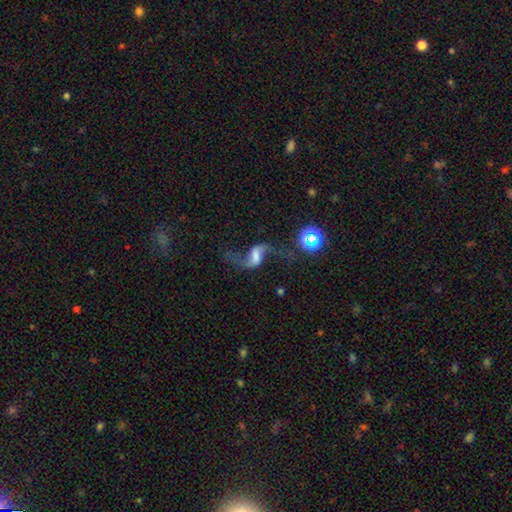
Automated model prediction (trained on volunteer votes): Smooth or featured?
  - featured or disk: 81% *
  - smooth: 10%
  - star or artifact: 9%
Edge-on disk?
  - no: 96% *
  - yes: 4%
Bar?
  - weak: 45% *
  - strong: 34%
  - no: 21%
Spiral arms?
  - yes: 94% *
  - no: 6%
Spiral winding?
  - loose: 93% *
  - medium: 6%
  - tight: 2%
Spiral arm count?
  - 2: 93% *
  - 1: 3%
  - can't tell: 1%
  - 3: 1%
  - 4: 1%
  - more than 4: 1%
Bulge size?
  - moderate: 28% *
  - none: 27%
  - small: 21%
  - large: 19%
  - dominant: 4%
Merging?
  - none: 61% *
  - major disturbance: 18%
  - minor disturbance: 14%
  - merger: 6%